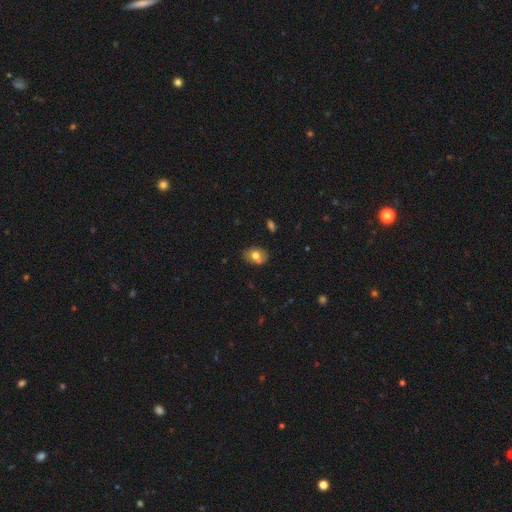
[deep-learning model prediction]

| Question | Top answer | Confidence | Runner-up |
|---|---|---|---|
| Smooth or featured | smooth | 72% | featured or disk (19%) |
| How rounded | in between | 67% | round (32%) |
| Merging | none | 72% | minor disturbance (17%) |